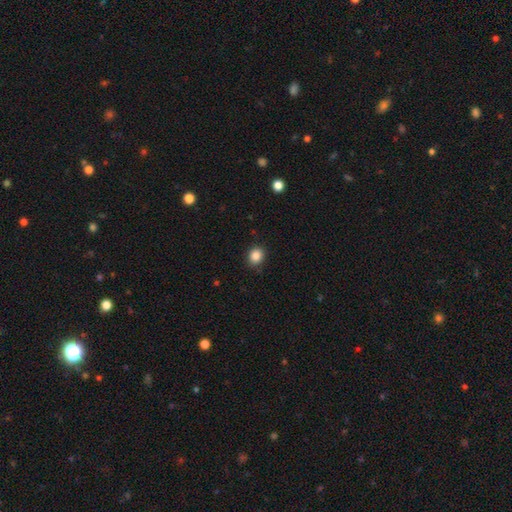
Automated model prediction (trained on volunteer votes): smooth_or_featured: smooth (p=0.86) [alt: star or artifact p=0.10]
how_rounded: round (p=0.67) [alt: in between p=0.32]
merging: none (p=0.87) [alt: minor disturbance p=0.10]